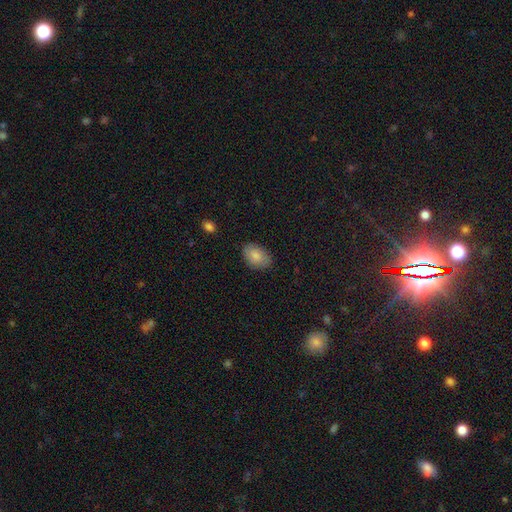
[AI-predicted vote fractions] smooth 84%, featured or disk 9%, star or artifact 7%. Down the decision tree: how rounded — in between (87%); merging — none (83%).